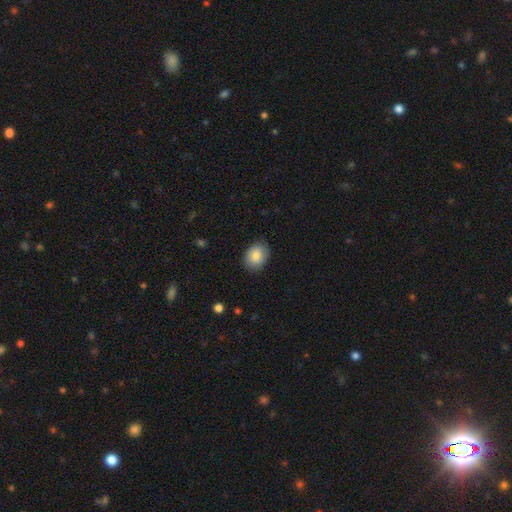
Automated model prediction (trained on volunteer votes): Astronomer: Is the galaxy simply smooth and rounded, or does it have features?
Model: smooth — 86%.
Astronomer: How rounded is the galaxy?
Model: in between — 68%.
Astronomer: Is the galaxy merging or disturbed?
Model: none — 82%.